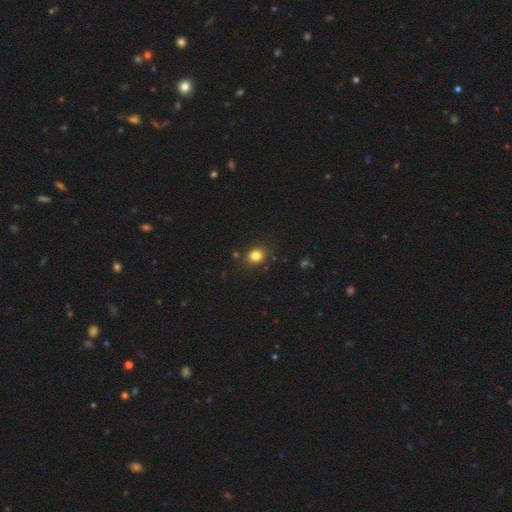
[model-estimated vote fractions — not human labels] Smooth or featured? smooth (82%)
How rounded? round (62%)
Merging? none (85%)